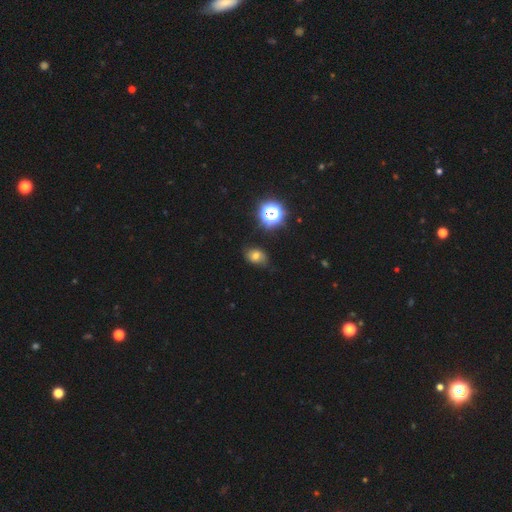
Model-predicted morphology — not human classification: Smooth or featured? Predicted: smooth (p=0.68). How rounded? Predicted: in between (p=0.64). Merging? Predicted: none (p=0.66).